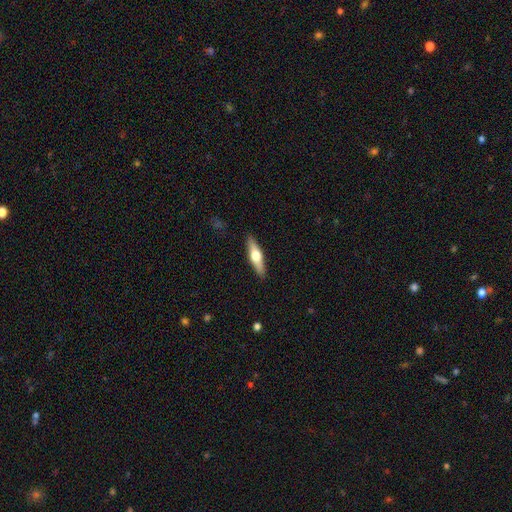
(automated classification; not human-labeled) The model was most divided on "smooth or featured": featured or disk: 51%, smooth: 43%, star or artifact: 5%. More confident: edge-on disk — yes (93%); merging — none (90%).